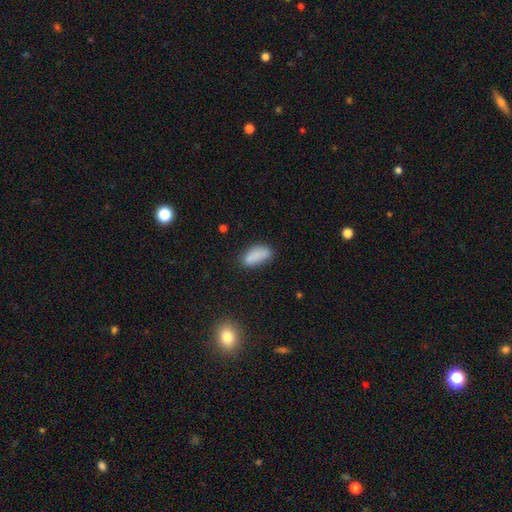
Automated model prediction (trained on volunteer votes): Smooth or featured?
  - smooth: 86% *
  - star or artifact: 8%
  - featured or disk: 6%
How rounded?
  - in between: 87% *
  - cigar-shaped: 10%
  - round: 3%
Merging?
  - none: 71% *
  - minor disturbance: 21%
  - major disturbance: 5%
  - merger: 3%